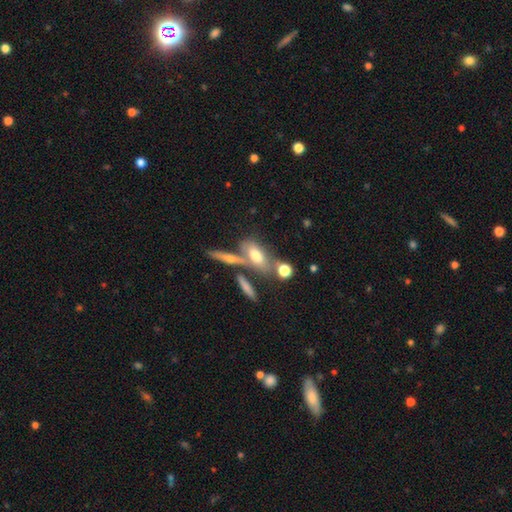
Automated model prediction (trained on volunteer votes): Smooth or featured?
  - smooth: 60% *
  - featured or disk: 30%
  - star or artifact: 10%
How rounded?
  - in between: 70% *
  - cigar-shaped: 21%
  - round: 9%
Merging?
  - none: 42% *
  - merger: 36%
  - minor disturbance: 14%
  - major disturbance: 8%